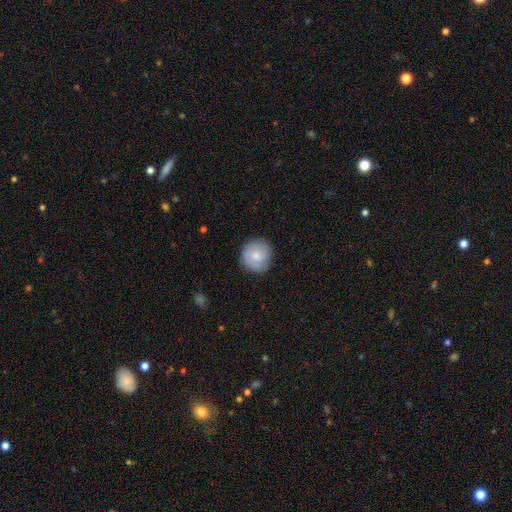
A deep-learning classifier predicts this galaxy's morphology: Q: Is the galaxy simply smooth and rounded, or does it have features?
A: smooth — 73%.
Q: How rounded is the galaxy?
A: round — 91%.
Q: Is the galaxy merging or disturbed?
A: none — 82%.